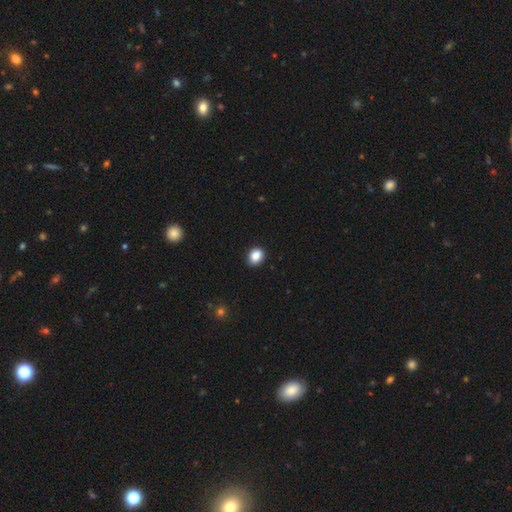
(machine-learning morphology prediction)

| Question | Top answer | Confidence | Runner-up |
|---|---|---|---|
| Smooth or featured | smooth | 88% | star or artifact (9%) |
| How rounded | in between | 55% | round (44%) |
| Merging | none | 89% | minor disturbance (8%) |